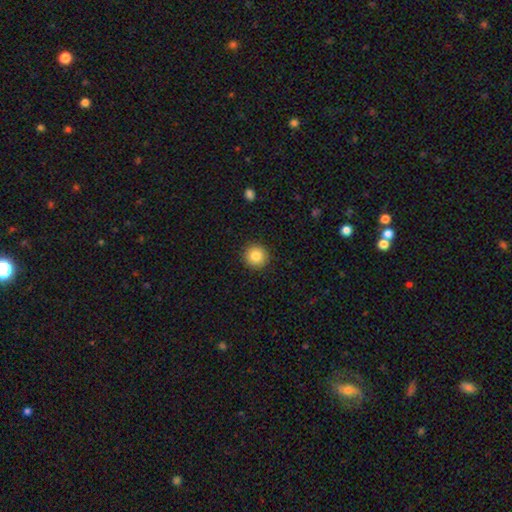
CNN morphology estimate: This is clearly a smooth galaxy (86%). How rounded: clearly round (94%). Merging: clearly none (91%).